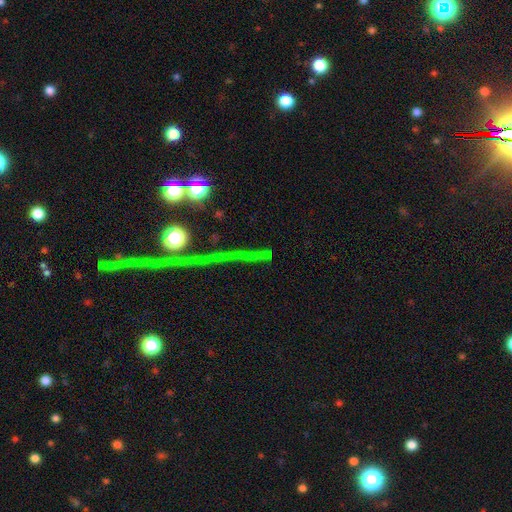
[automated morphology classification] Q: Smooth or featured?
A: star or artifact (66%); runner-up: featured or disk (19%)